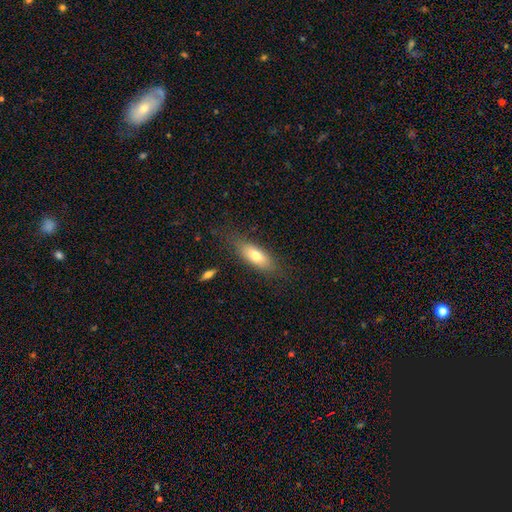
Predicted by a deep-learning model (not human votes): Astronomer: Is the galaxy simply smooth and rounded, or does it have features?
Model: smooth — 72%.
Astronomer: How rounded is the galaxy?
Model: in between — 71%.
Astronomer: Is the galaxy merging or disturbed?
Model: none — 77%.